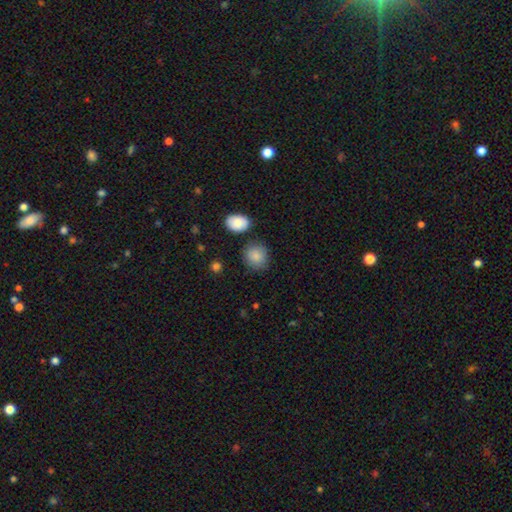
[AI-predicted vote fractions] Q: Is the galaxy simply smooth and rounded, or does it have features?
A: smooth — 87%.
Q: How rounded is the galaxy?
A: round — 82%.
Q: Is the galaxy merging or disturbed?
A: none — 82%.